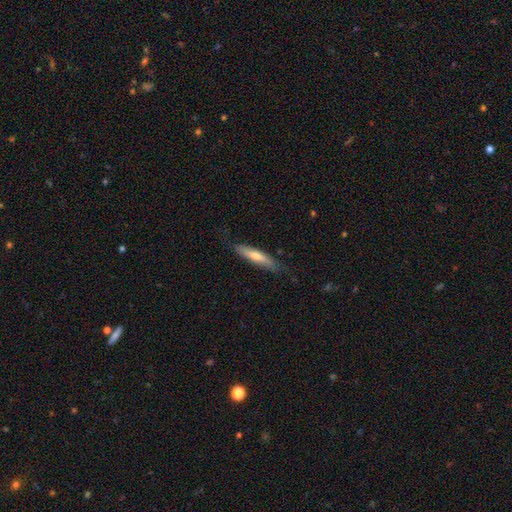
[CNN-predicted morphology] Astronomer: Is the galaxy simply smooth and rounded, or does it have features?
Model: smooth — 56% (runner-up: featured or disk, 37%).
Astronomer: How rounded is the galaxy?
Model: cigar-shaped — 87%.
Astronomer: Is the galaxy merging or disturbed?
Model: none — 81%.